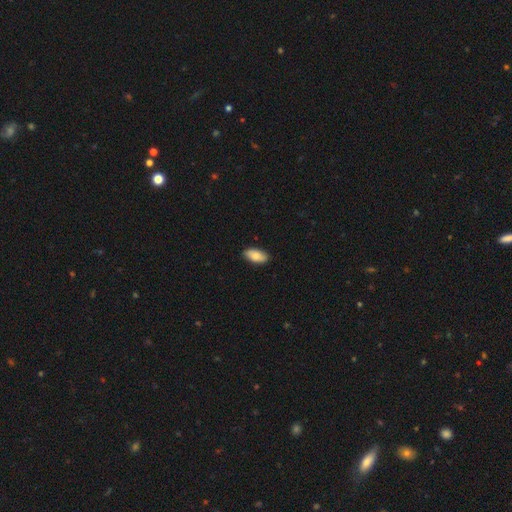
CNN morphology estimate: A smooth galaxy with no disk features (82%) that is in between round and cigar-shaped (91%). Merging: none (87%).